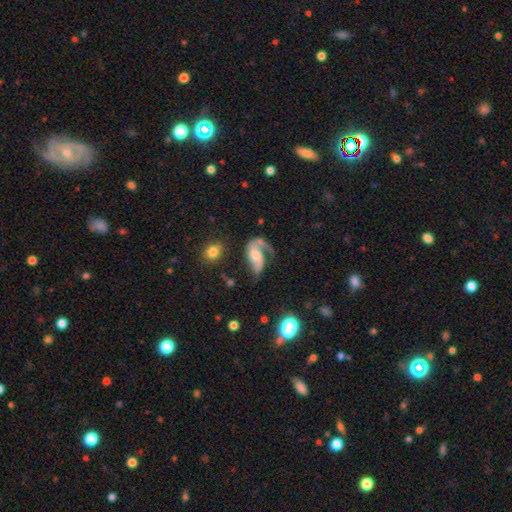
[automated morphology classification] Smooth or featured? featured or disk (75%)
Edge-on disk? no (96%)
Bar? no (57%)
Spiral arms? yes (90%)
Spiral winding? loose (57%)
Spiral arm count? 2 (60%)
Bulge size? moderate (38%)
Merging? major disturbance (38%)